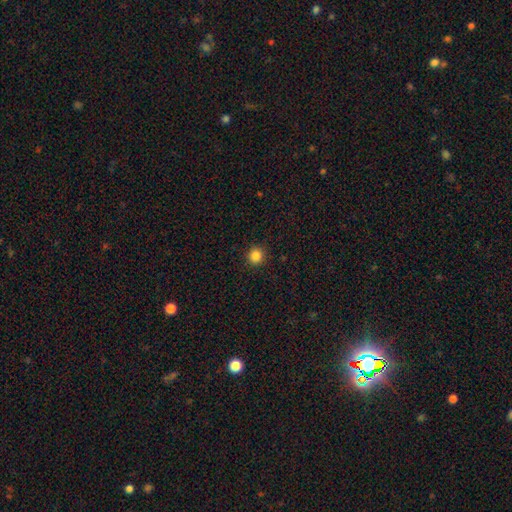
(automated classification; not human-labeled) This is clearly a smooth galaxy (85%). How rounded: clearly round (92%). Merging: clearly none (92%).